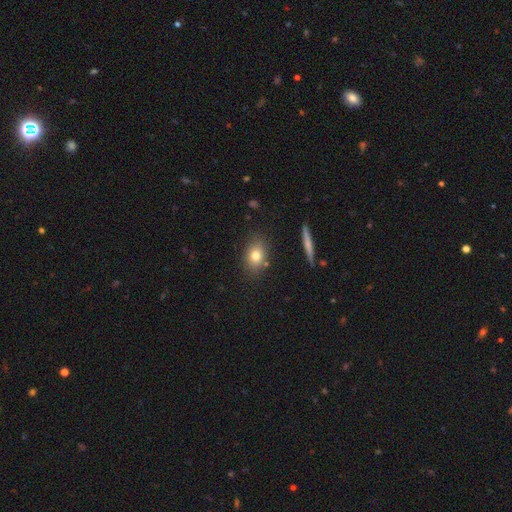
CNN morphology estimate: The model was most divided on "how rounded": in between: 66%, round: 31%, cigar-shaped: 3%. More confident: merging — none (82%); smooth or featured — smooth (76%).